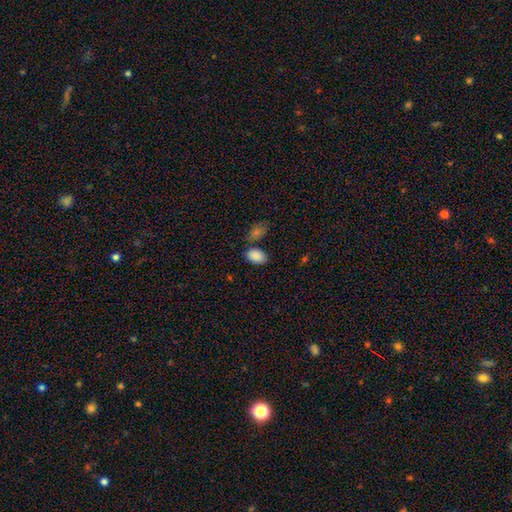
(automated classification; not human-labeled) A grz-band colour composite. It shows a smooth galaxy with no disk features (88%) that is in between round and cigar-shaped (90%). Merging: none (73%).